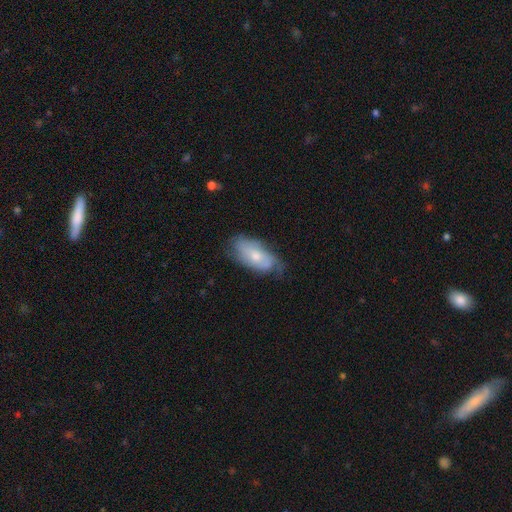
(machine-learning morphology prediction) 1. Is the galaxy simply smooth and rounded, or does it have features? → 48% featured or disk, 45% smooth, 7% star or artifact.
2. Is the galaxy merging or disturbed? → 58% none, 31% minor disturbance, 10% major disturbance, 2% merger.